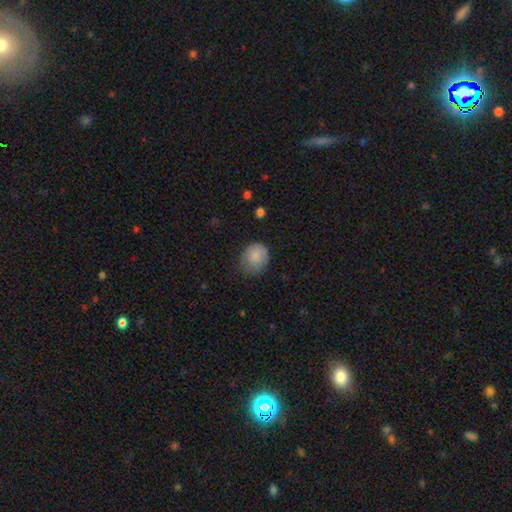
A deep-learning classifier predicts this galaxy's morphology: smooth 85%, featured or disk 8%, star or artifact 7%. Down the decision tree: how rounded — round (67%); merging — none (57%).